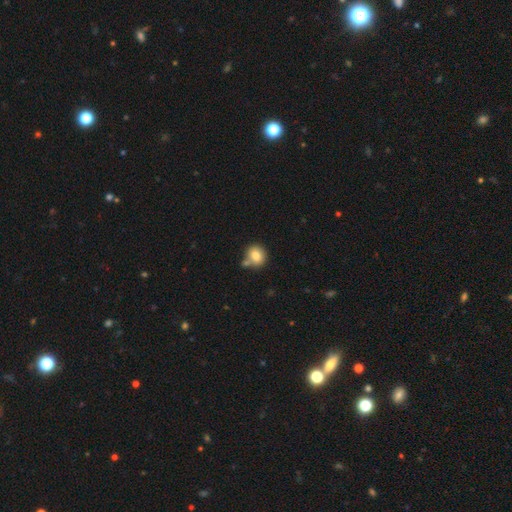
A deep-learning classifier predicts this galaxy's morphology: smooth_or_featured: smooth (p=0.80) [alt: featured or disk p=0.11]
how_rounded: round (p=0.82) [alt: in between p=0.17]
merging: none (p=0.63) [alt: merger p=0.21]